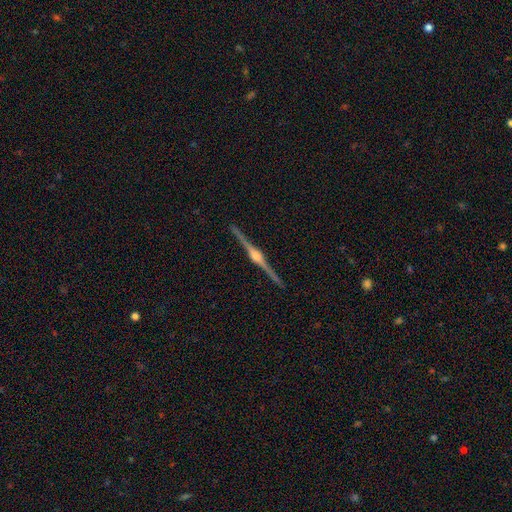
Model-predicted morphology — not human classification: A featured or disk galaxy (90%) viewed edge-on (99%) with a rounded central bulge (92%). Merging: none (93%).